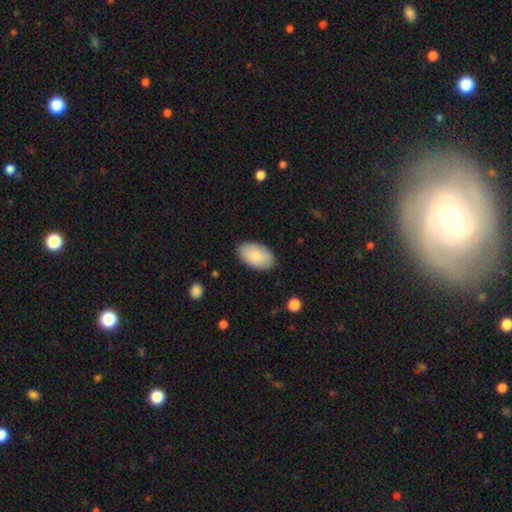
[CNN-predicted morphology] Smooth or featured: smooth — 84% (featured or disk — 10%)
How rounded: in between — 95% (round — 4%)
Merging: none — 86% (minor disturbance — 10%)